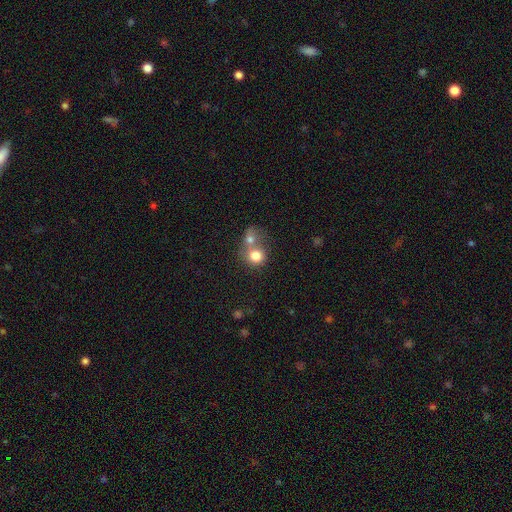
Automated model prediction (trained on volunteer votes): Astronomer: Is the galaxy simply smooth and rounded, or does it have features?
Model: smooth — 78%.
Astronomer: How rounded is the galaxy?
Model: round — 76%.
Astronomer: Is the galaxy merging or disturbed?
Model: merger — 62%.